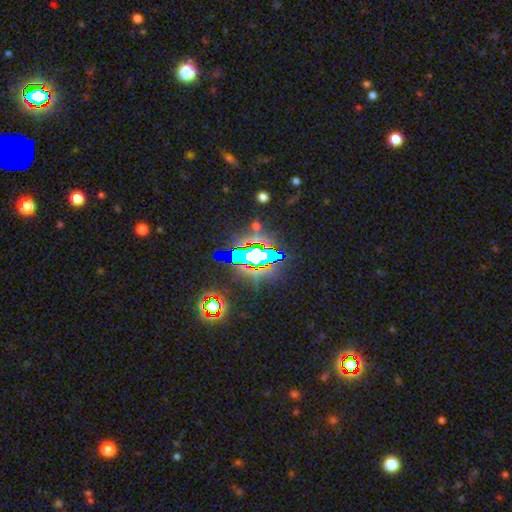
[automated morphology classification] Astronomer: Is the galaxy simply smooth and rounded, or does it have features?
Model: star or artifact — 68%.